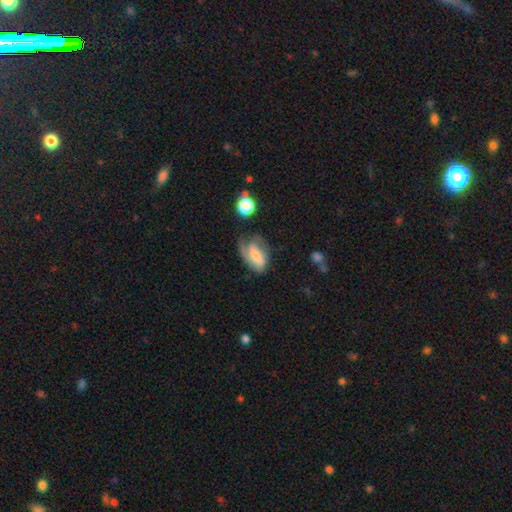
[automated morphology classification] Smooth or featured? Predicted: featured or disk (p=0.51). Edge-on disk? Predicted: no (p=0.94). Merging? Predicted: none (p=0.38).